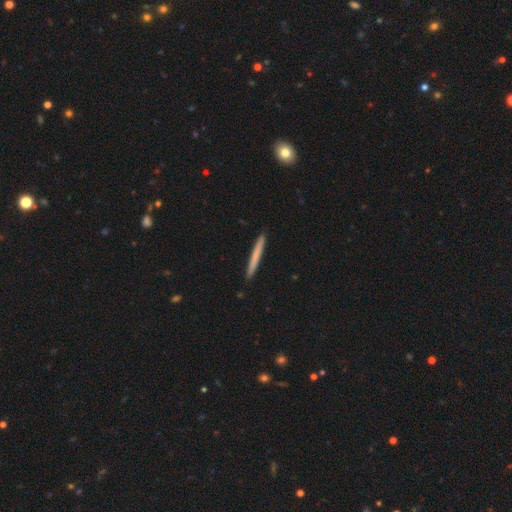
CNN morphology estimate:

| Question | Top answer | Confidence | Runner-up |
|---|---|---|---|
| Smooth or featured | smooth | 68% | featured or disk (27%) |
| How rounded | cigar-shaped | 97% | in between (2%) |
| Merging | none | 93% | minor disturbance (5%) |